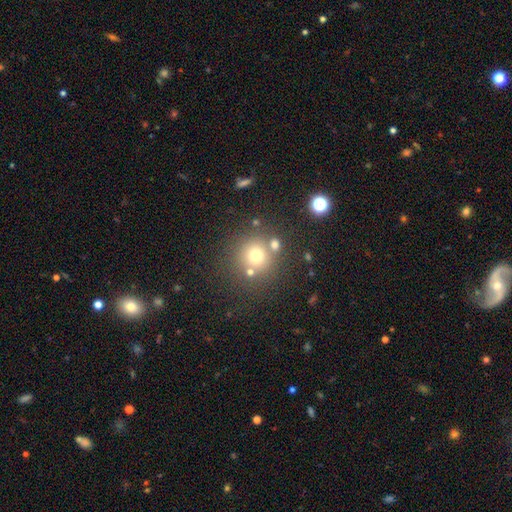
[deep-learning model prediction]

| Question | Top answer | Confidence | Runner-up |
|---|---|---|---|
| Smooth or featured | smooth | 69% | star or artifact (18%) |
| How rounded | round | 92% | in between (7%) |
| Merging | none | 72% | merger (14%) |